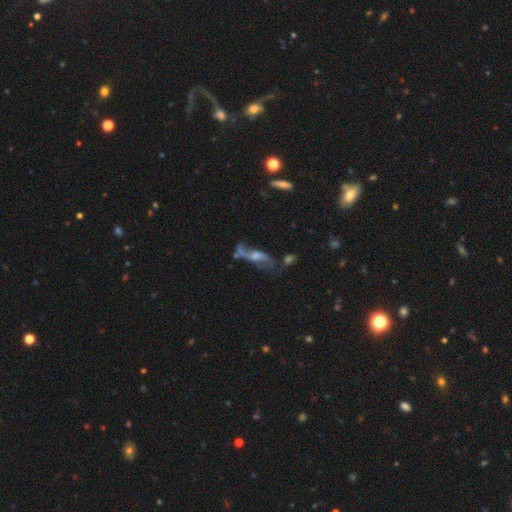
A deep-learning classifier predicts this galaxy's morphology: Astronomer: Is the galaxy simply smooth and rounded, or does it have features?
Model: featured or disk — 67%.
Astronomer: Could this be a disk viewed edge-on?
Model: no — 78%.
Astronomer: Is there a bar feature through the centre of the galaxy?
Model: no — 54% (runner-up: weak, 34%).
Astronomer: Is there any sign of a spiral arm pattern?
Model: yes — 76%.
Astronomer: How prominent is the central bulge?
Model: moderate — 42% (runner-up: small, 34%).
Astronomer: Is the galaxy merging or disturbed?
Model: none — 43% (runner-up: major disturbance, 21%).